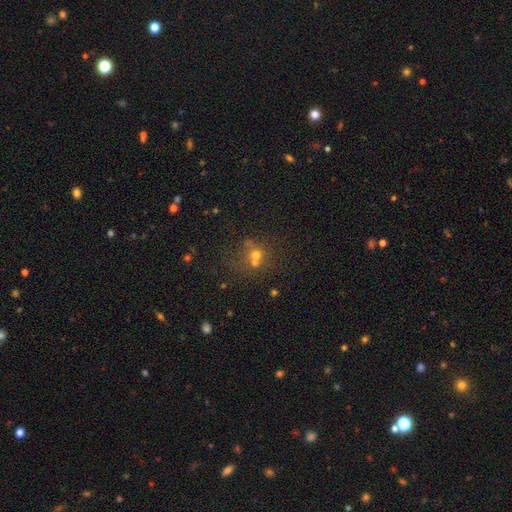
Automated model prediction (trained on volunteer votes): The model was most divided on "merging": none: 44%, merger: 42%, minor disturbance: 9%, major disturbance: 5%. More confident: how rounded — round (82%); smooth or featured — smooth (56%).